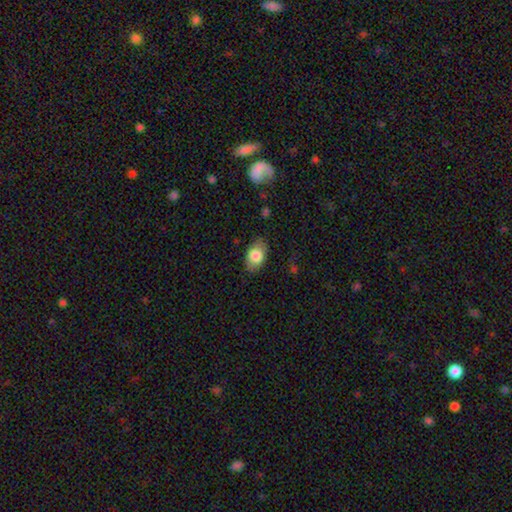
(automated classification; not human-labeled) Smooth or featured? smooth (81%)
How rounded? in between (89%)
Merging? none (81%)